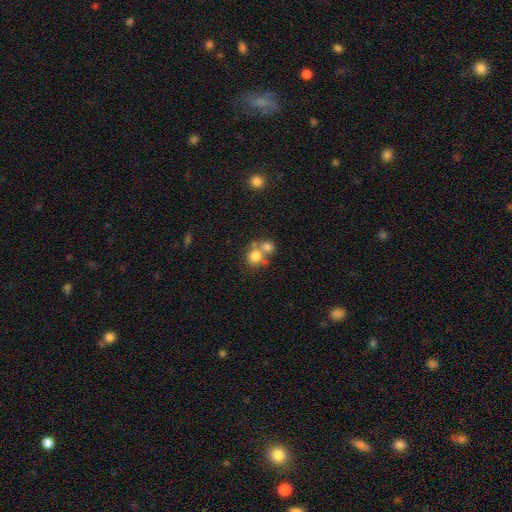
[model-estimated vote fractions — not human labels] This appears to be a smooth galaxy with no disk features (76%) that is round (79%). Merging: merger (49%).